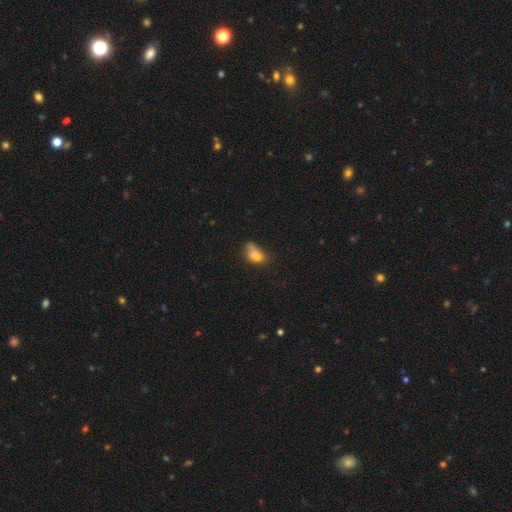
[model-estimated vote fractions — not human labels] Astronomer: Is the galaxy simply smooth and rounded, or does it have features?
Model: smooth — 73%.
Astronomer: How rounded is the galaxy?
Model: in between — 79%.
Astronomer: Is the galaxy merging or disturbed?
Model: minor disturbance — 32% (runner-up: none, 27%).